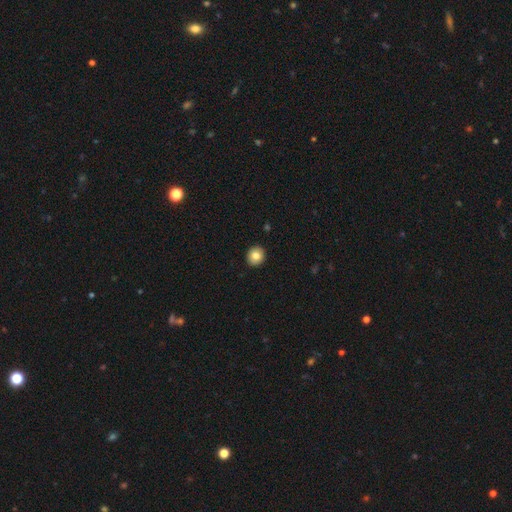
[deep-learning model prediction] Q: Smooth or featured?
A: smooth (83%); runner-up: featured or disk (9%)
Q: How rounded?
A: round (85%); runner-up: in between (14%)
Q: Merging?
A: none (92%); runner-up: minor disturbance (5%)